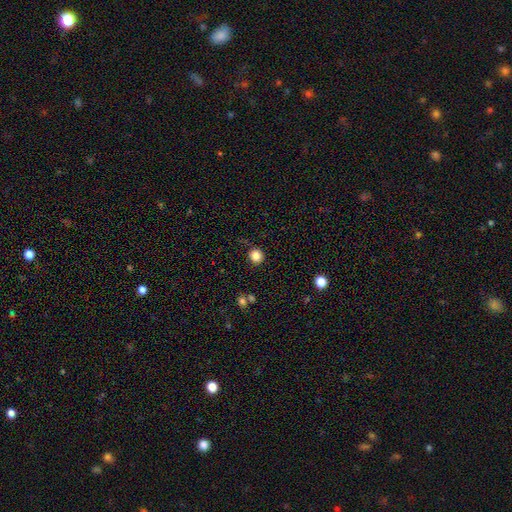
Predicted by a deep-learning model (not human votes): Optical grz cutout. It shows a smooth galaxy with no disk features (84%) that is round (92%). Merging: none (87%).